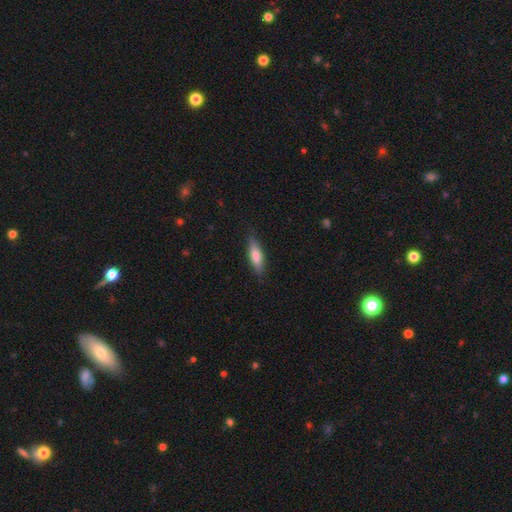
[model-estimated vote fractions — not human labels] smooth 70%, featured or disk 24%, star or artifact 6%. Down the decision tree: how rounded — cigar-shaped (61%); merging — none (84%).